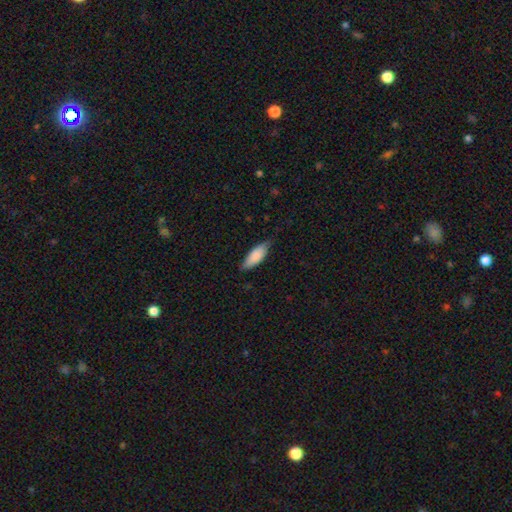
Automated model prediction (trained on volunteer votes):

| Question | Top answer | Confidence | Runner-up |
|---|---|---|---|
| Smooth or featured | smooth | 84% | featured or disk (10%) |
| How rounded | in between | 71% | cigar-shaped (27%) |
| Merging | none | 73% | minor disturbance (23%) |